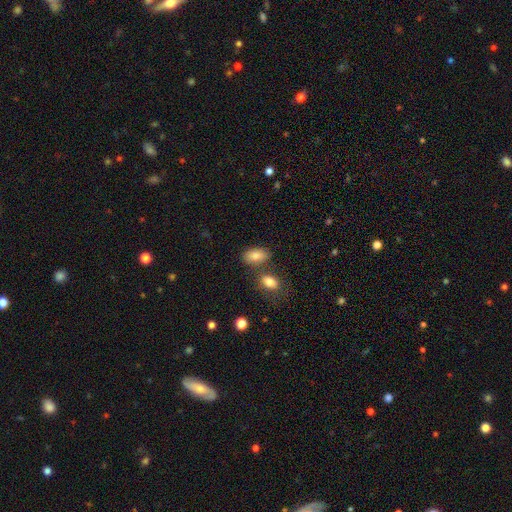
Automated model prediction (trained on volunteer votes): Smooth or featured?
  - smooth: 80% *
  - featured or disk: 11%
  - star or artifact: 9%
How rounded?
  - in between: 90% *
  - round: 8%
  - cigar-shaped: 2%
Merging?
  - none: 67% *
  - merger: 18%
  - minor disturbance: 12%
  - major disturbance: 3%